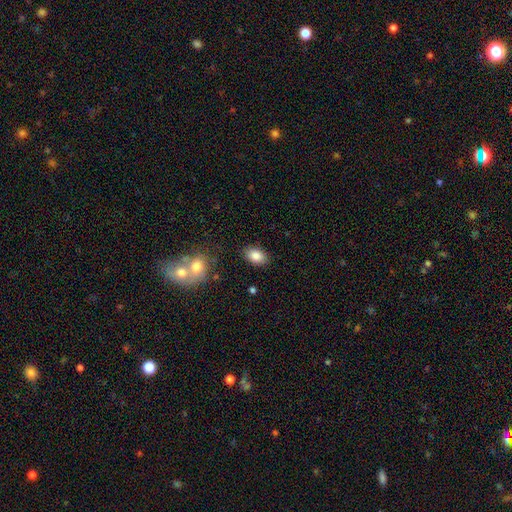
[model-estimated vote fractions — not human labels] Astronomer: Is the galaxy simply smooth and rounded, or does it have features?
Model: smooth — 85%.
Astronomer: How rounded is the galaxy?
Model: in between — 87%.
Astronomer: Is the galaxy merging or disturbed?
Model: none — 85%.